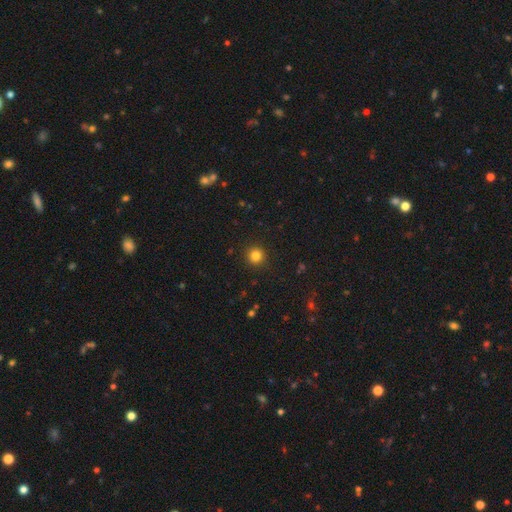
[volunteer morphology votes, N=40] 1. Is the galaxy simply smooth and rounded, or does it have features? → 90% smooth, 8% star or artifact, 2% featured or disk.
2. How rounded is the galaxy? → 92% round, 6% in between, 3% cigar-shaped.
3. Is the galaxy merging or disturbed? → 95% none, 5% minor disturbance, 0% major disturbance, 0% merger.